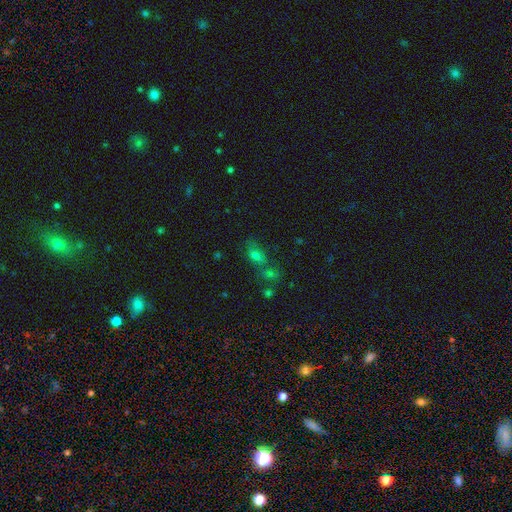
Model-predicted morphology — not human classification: Smooth or featured?
  - smooth: 58% *
  - star or artifact: 26%
  - featured or disk: 16%
How rounded?
  - in between: 74% *
  - round: 16%
  - cigar-shaped: 10%
Merging?
  - none: 41% *
  - merger: 40%
  - minor disturbance: 12%
  - major disturbance: 8%